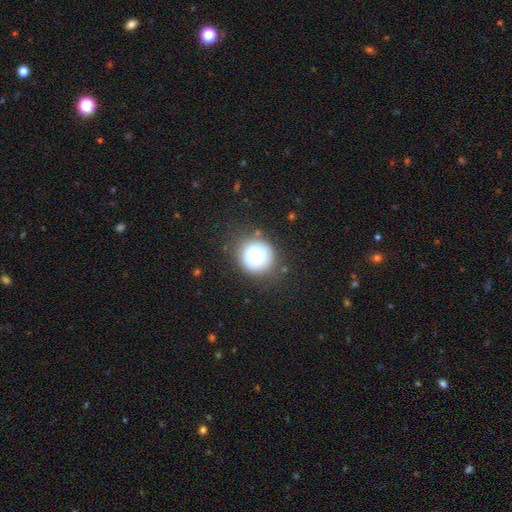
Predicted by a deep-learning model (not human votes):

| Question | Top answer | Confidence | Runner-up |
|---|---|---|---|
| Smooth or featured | smooth | 64% | featured or disk (26%) |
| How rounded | round | 93% | in between (6%) |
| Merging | none | 79% | minor disturbance (13%) |